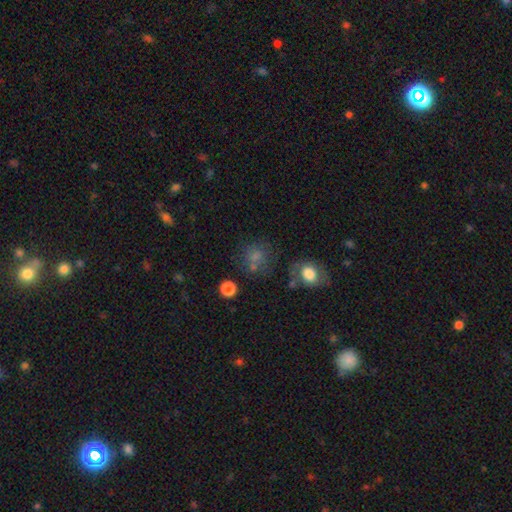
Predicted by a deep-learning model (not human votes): Q: Smooth or featured?
A: smooth (60%); runner-up: star or artifact (26%)
Q: How rounded?
A: round (79%); runner-up: in between (20%)
Q: Merging?
A: none (65%); runner-up: minor disturbance (15%)